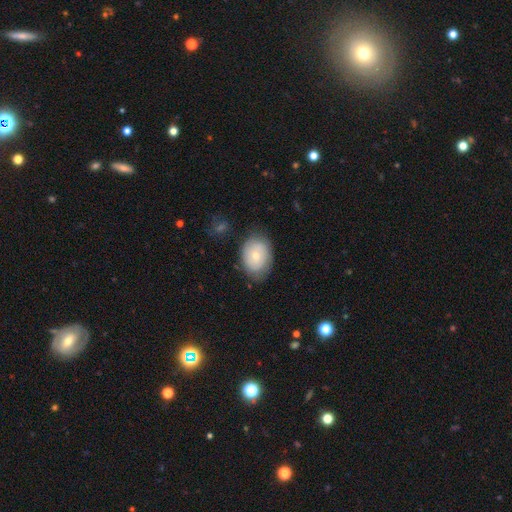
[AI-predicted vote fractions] Morphology: type=smooth (61%); roundness=in between (71%); merging=none (73%).